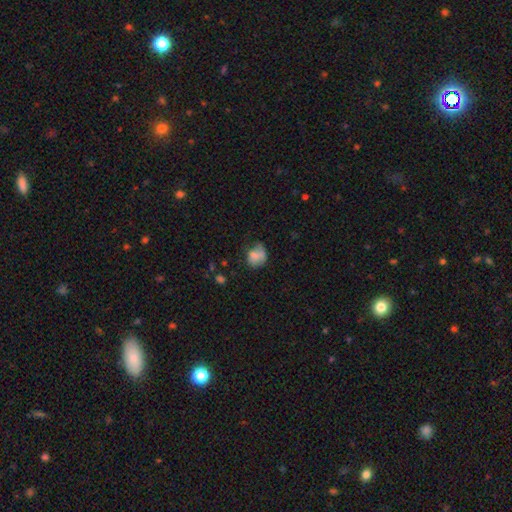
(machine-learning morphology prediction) This appears to be a smooth galaxy with no disk features (72%) that is round (59%). Merging: none (42%).